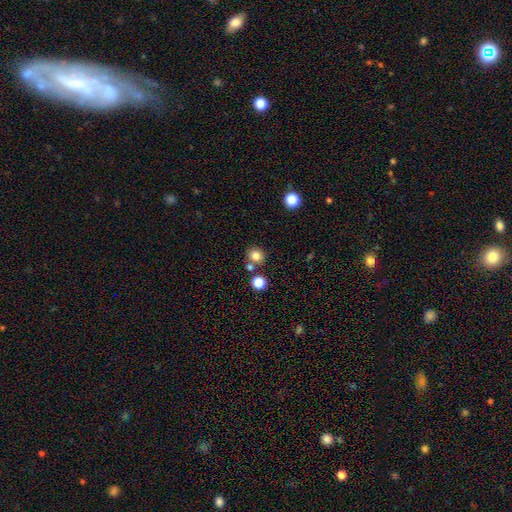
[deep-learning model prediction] The model was most divided on "how rounded": round: 75%, in between: 24%, cigar-shaped: 1%. More confident: smooth or featured — smooth (81%); merging — none (71%).